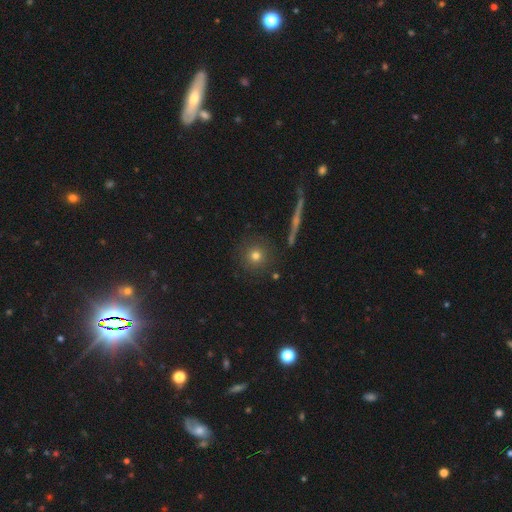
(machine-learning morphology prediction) smooth-or-featured: smooth: 73% | star or artifact: 15% | featured or disk: 12%
  how-rounded: round: 95% | in between: 4% | cigar-shaped: 1%
  merging: none: 88% | minor disturbance: 7% | merger: 3% | major disturbance: 3%